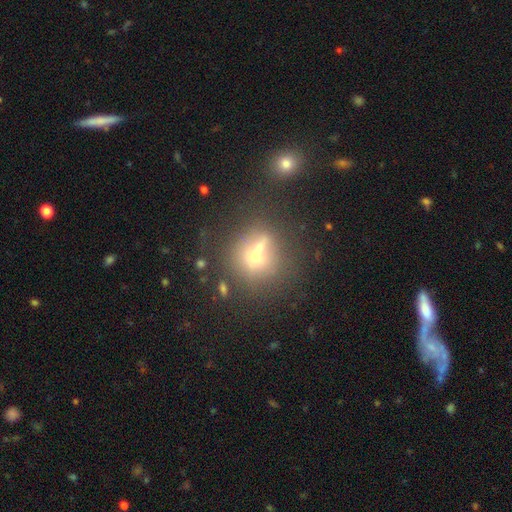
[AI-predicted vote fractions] smooth_or_featured: smooth (p=0.52) [alt: featured or disk p=0.28]
how_rounded: round (p=0.86) [alt: in between p=0.12]
merging: none (p=0.48) [alt: merger p=0.34]